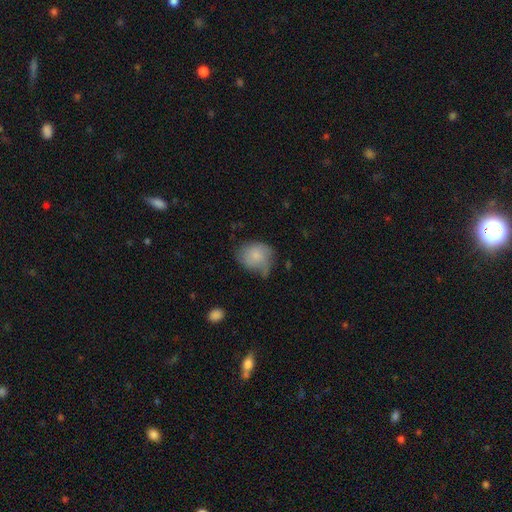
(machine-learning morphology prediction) This appears to be a smooth galaxy with no disk features (74%) that is round (53%). Merging: none (40%, tied with minor disturbance).